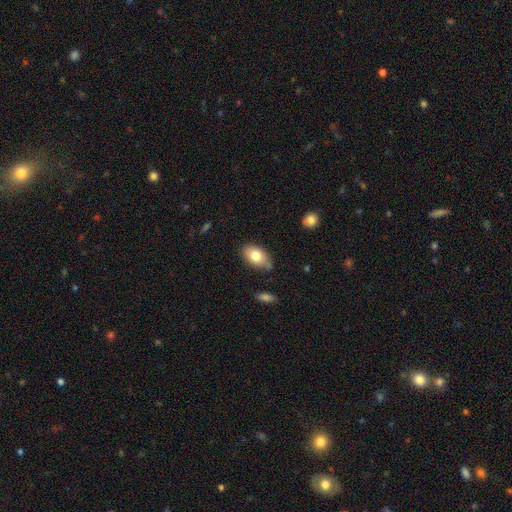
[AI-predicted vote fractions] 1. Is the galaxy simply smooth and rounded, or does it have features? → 78% smooth, 15% featured or disk, 8% star or artifact.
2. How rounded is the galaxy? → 89% in between, 9% round, 2% cigar-shaped.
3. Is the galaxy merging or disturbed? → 74% none, 18% minor disturbance, 4% merger, 3% major disturbance.